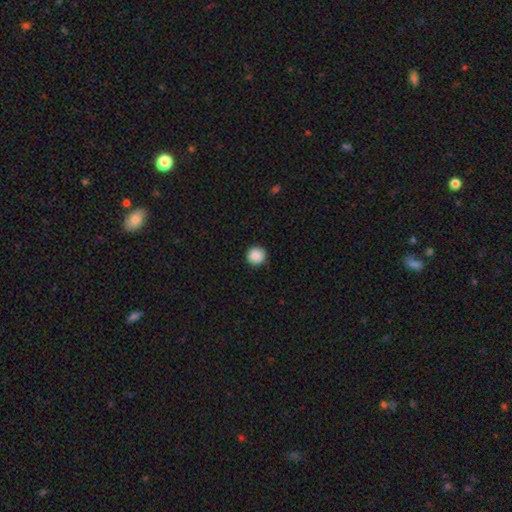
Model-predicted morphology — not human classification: A smooth galaxy with no disk features (89%) that is round (95%).

Vote fractions:
- Smooth or featured? smooth: 89% / star or artifact: 8% / featured or disk: 3%
- How rounded? round: 95% / in between: 4% / cigar-shaped: 1%
- Merging? none: 90% / minor disturbance: 7% / major disturbance: 2% / merger: 1%